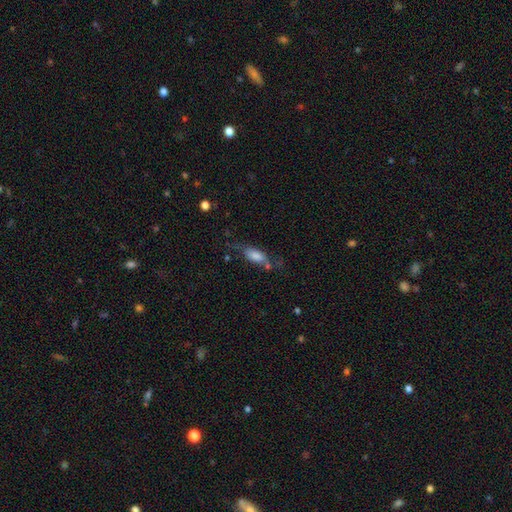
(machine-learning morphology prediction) smooth-or-featured: smooth: 71% | featured or disk: 21% | star or artifact: 8%
  how-rounded: in between: 82% | cigar-shaped: 15% | round: 3%
  merging: none: 46% | minor disturbance: 27% | major disturbance: 18% | merger: 9%